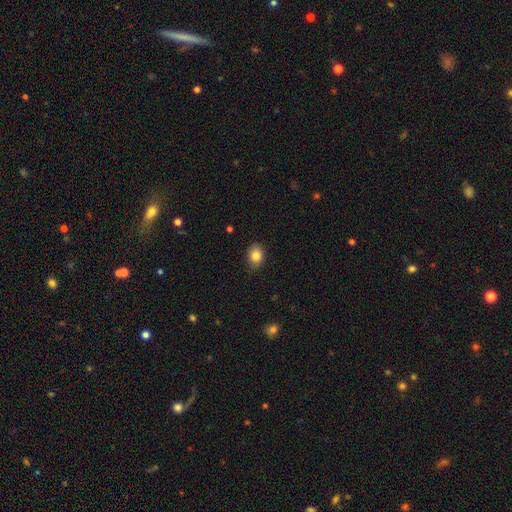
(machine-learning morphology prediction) smooth_or_featured: smooth (p=0.85) [alt: star or artifact p=0.09]
how_rounded: in between (p=0.63) [alt: round p=0.36]
merging: none (p=0.82) [alt: minor disturbance p=0.14]